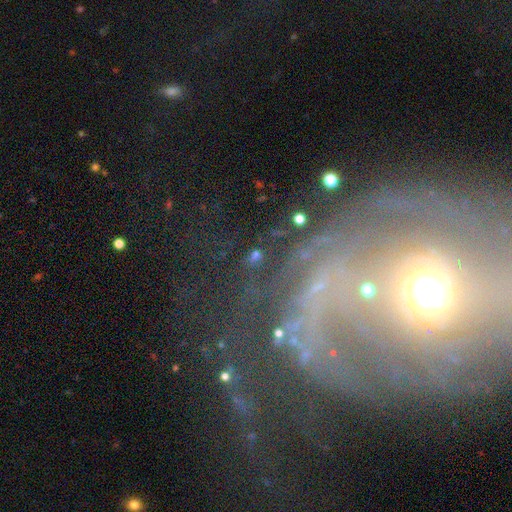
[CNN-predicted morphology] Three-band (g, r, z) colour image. It shows a featured or disk galaxy (49%). Merging: none (68%).